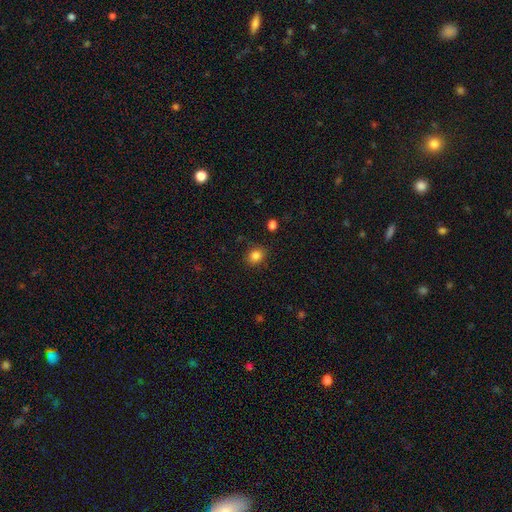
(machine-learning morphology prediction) Smooth or featured? Predicted: smooth (p=0.85). How rounded? Predicted: round (p=0.65). Merging? Predicted: none (p=0.85).